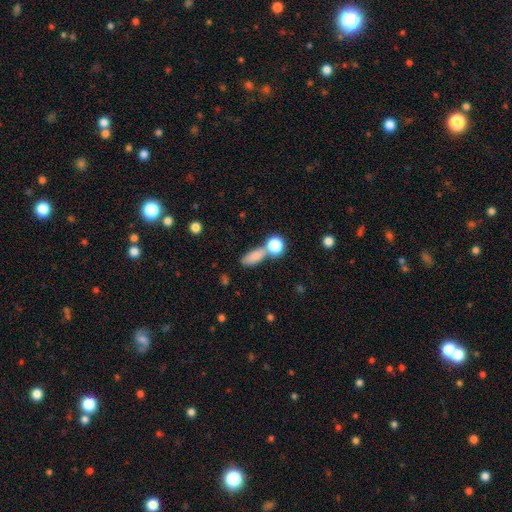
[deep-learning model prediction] Smooth or featured? smooth (81%)
How rounded? in between (67%)
Merging? none (42%)